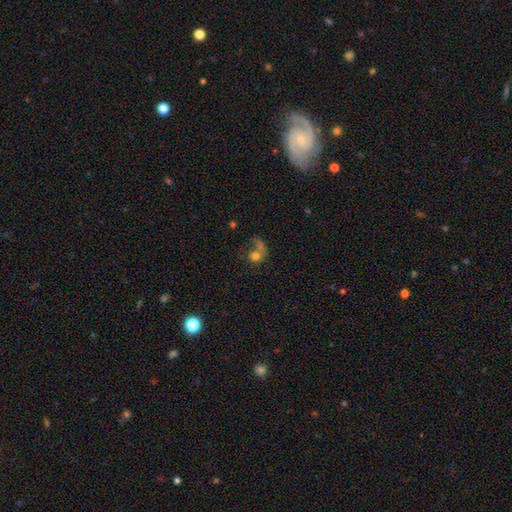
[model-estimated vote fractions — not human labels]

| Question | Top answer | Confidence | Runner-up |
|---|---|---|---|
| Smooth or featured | smooth | 46% | featured or disk (29%) |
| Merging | none | 35% | merger (28%) |